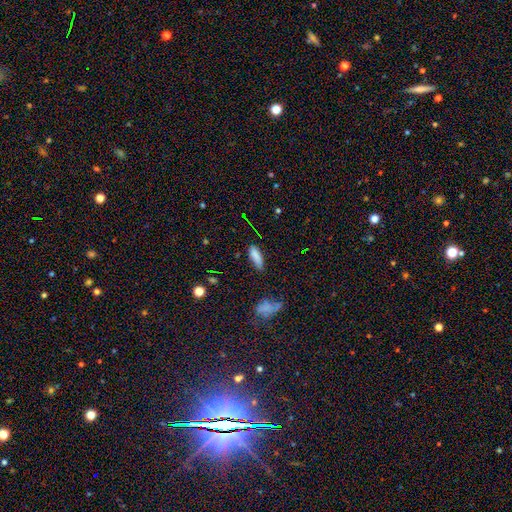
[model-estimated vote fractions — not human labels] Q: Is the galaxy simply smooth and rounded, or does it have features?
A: smooth — 82%.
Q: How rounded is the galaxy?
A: in between — 57%.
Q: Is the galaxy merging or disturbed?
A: none — 65%.